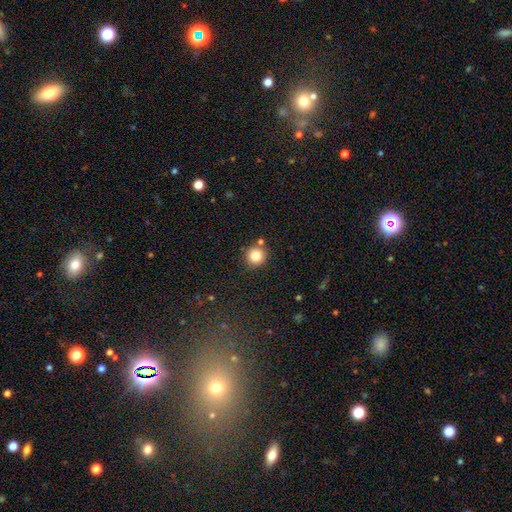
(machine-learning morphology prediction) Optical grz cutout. It shows a smooth galaxy with no disk features (83%) that is round (94%). Merging: none (84%).